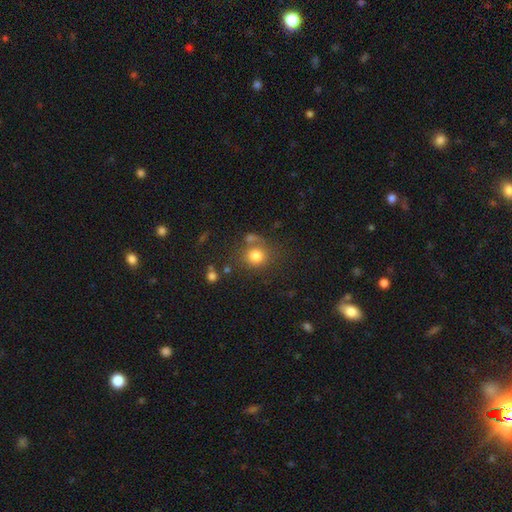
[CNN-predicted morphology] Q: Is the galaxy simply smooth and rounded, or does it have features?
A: smooth — 79%.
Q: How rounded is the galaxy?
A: round — 84%.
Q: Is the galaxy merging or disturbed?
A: none — 62%.